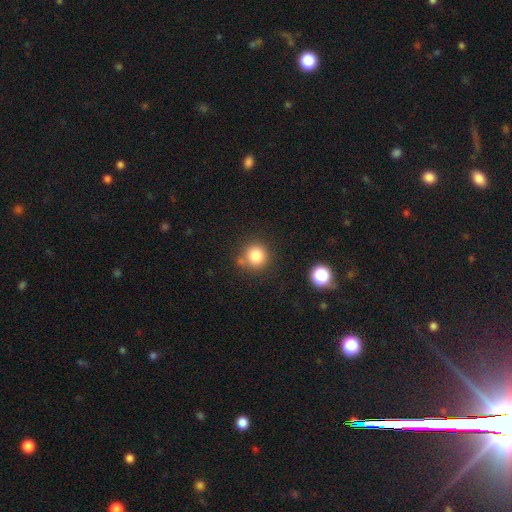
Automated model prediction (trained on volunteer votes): smooth_or_featured: smooth (p=0.82) [alt: star or artifact p=0.11]
how_rounded: round (p=0.92) [alt: in between p=0.07]
merging: none (p=0.73) [alt: minor disturbance p=0.12]